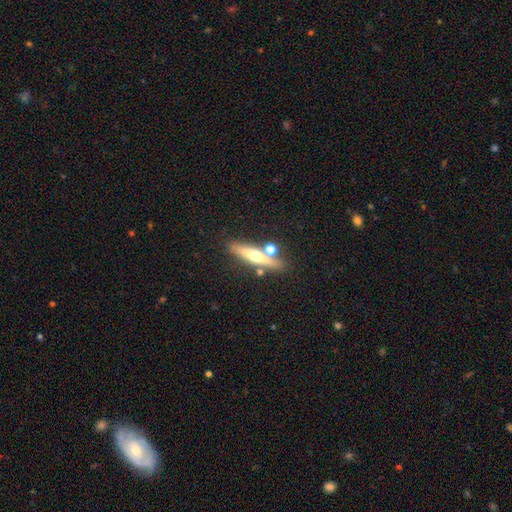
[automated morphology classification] type=featured or disk (52%); edge-on=yes (88%); merging=none (73%).